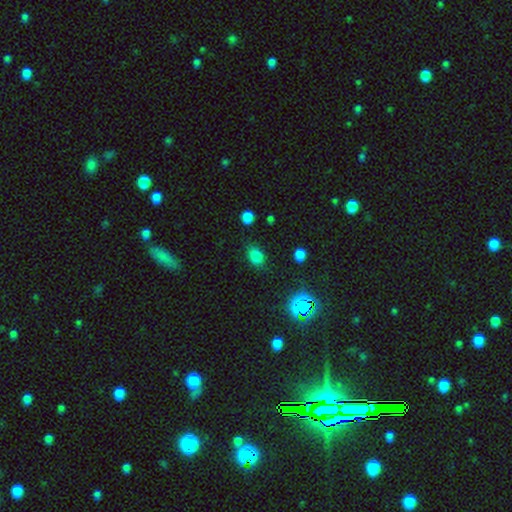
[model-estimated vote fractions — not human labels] Morphology: type=smooth (77%); roundness=in between (68%); merging=none (73%).